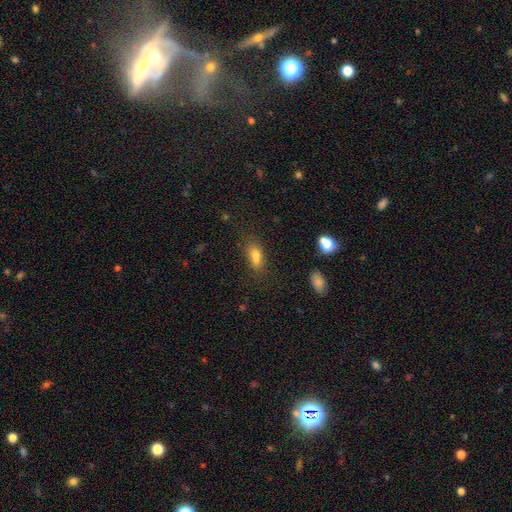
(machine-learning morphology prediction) The model was most divided on "merging": none: 50%, merger: 21%, minor disturbance: 20%, major disturbance: 9%. More confident: how rounded — in between (76%); smooth or featured — smooth (75%).